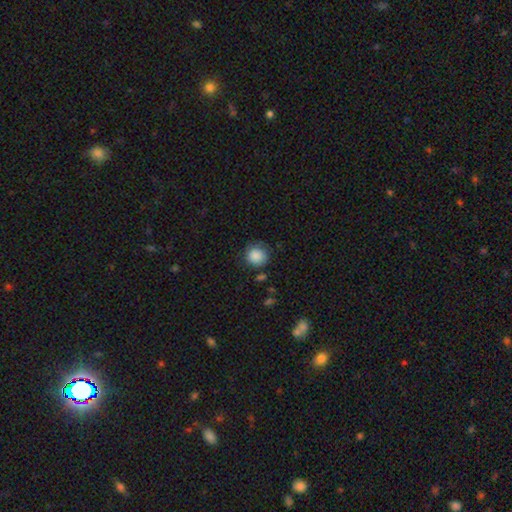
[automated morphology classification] A smooth galaxy with no disk features (86%) that is round (89%).

Vote fractions:
- Smooth or featured? smooth: 86% / star or artifact: 8% / featured or disk: 6%
- How rounded? round: 89% / in between: 10% / cigar-shaped: 1%
- Merging? none: 68% / minor disturbance: 22% / major disturbance: 8% / merger: 3%